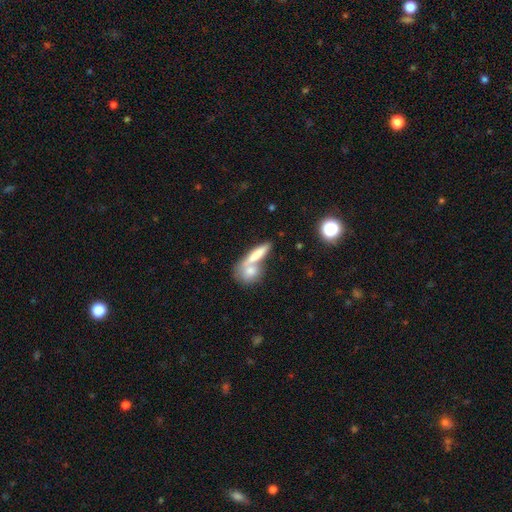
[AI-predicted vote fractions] Morphology: type=smooth (75%); roundness=cigar-shaped (54%); merging=merger (46%).